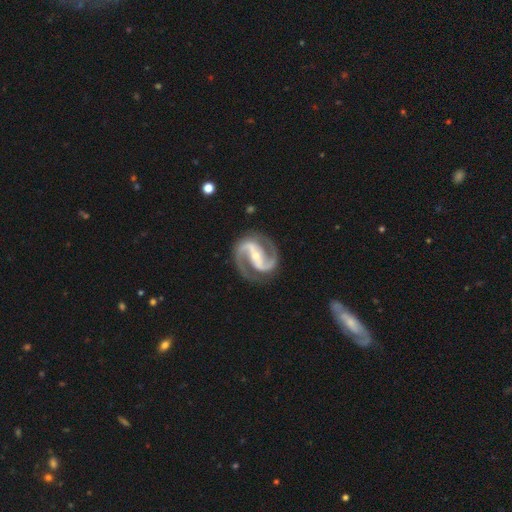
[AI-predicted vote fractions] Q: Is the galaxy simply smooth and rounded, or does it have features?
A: featured or disk — 94%.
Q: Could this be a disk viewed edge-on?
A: no — 98%.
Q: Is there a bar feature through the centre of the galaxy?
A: strong — 62%.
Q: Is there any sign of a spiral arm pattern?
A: yes — 98%.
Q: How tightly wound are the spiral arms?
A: medium — 61%.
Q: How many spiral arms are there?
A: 2 — 95%.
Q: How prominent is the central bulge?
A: small — 62%.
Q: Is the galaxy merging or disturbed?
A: none — 85%.